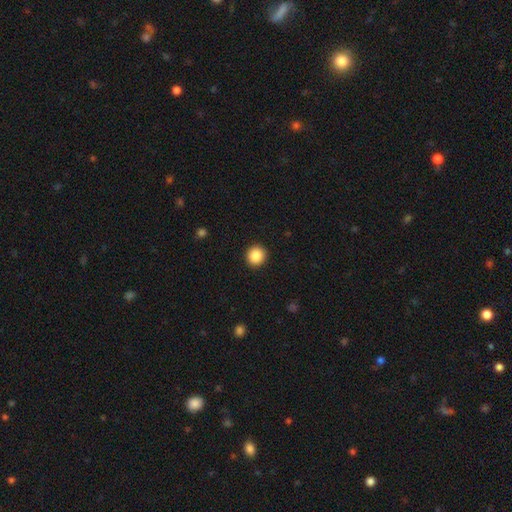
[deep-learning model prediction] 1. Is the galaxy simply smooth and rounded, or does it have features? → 87% smooth, 9% star or artifact, 4% featured or disk.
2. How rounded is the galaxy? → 93% round, 7% in between, 1% cigar-shaped.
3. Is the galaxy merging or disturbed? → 93% none, 5% minor disturbance, 2% major disturbance, 1% merger.